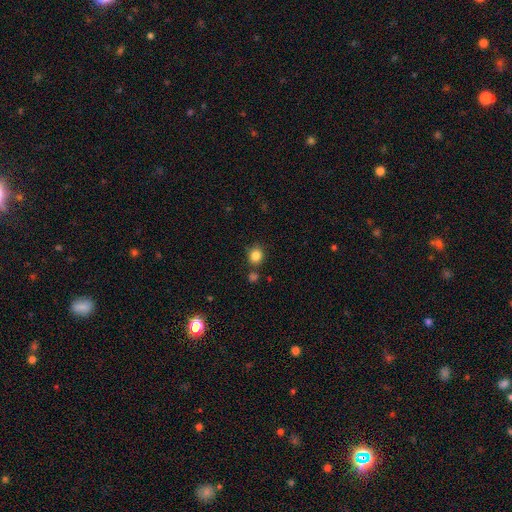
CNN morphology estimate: smooth 84%, star or artifact 11%, featured or disk 5%. Down the decision tree: how rounded — round (80%); merging — none (78%).